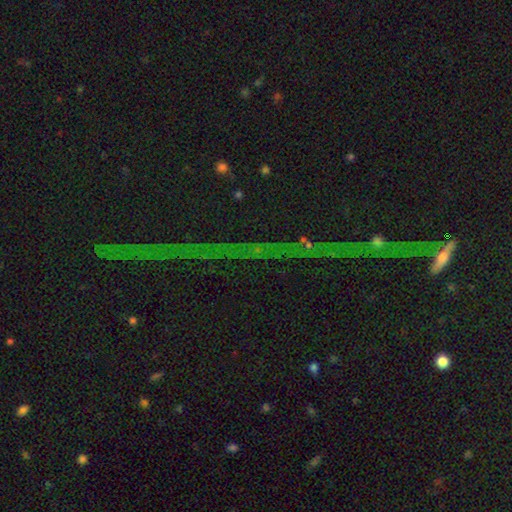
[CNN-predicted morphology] Q: Smooth or featured?
A: star or artifact (77%); runner-up: featured or disk (14%)